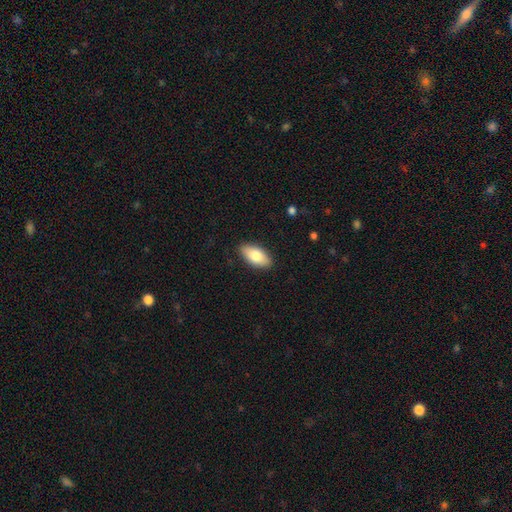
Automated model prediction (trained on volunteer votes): A smooth galaxy with no disk features (80%) that is in between round and cigar-shaped (91%). Merging: none (88%).